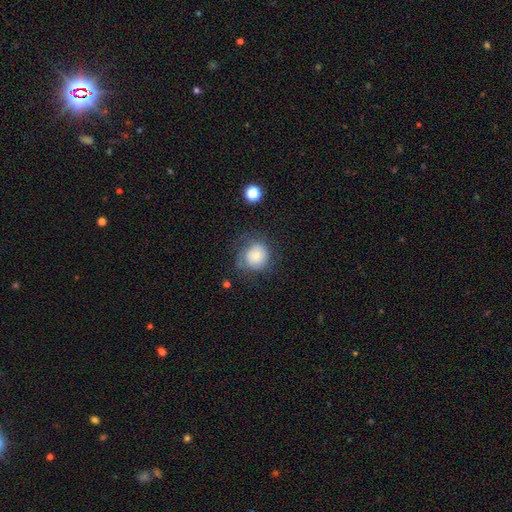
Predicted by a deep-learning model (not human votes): smooth-or-featured: smooth: 70% | featured or disk: 20% | star or artifact: 10%
  how-rounded: round: 85% | in between: 15% | cigar-shaped: 1%
  merging: none: 56% | minor disturbance: 25% | major disturbance: 16% | merger: 3%